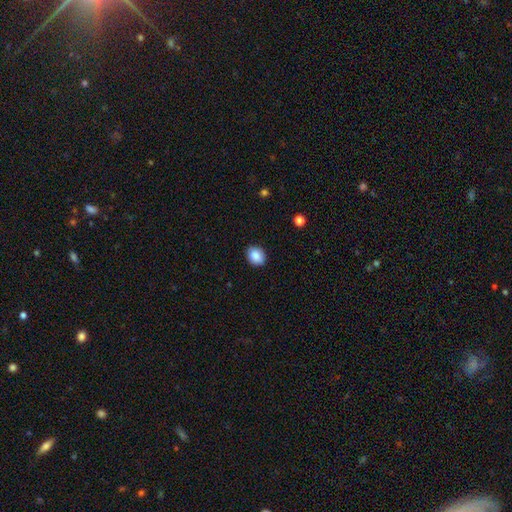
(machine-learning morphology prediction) type=smooth (86%); roundness=round (54%); merging=none (88%).